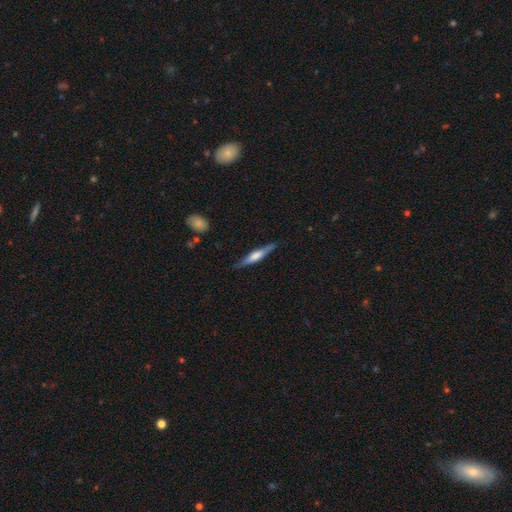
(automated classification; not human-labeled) Overall: featured or disk (58%; smooth 37%). Edge-on disk: yes (96%). Edge-on bulge: rounded (56%; boxy 33%). Merging: none (85%).